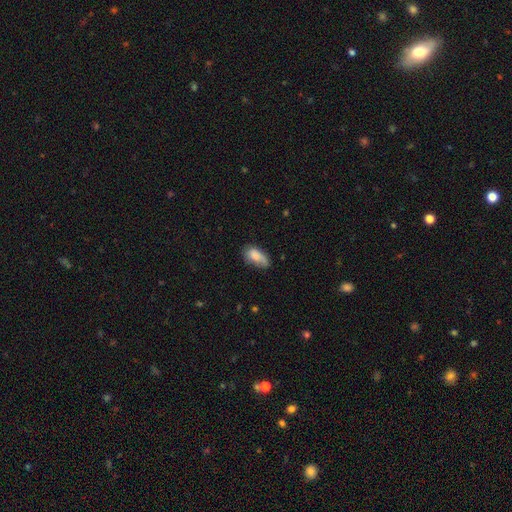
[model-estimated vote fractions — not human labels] smooth 80%, featured or disk 13%, star or artifact 8%. Down the decision tree: how rounded — in between (92%); merging — none (50%).